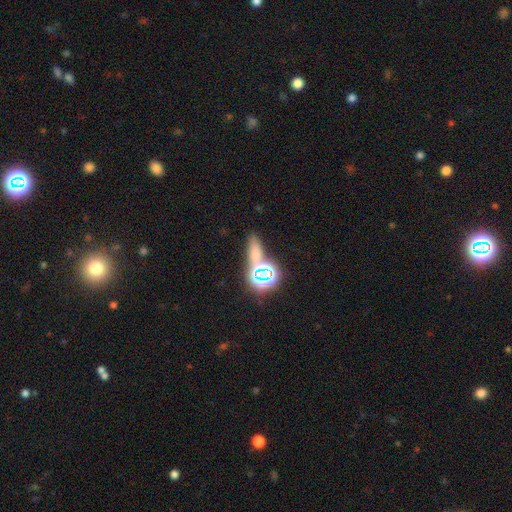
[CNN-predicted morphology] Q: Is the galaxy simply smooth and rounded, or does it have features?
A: smooth — 50%.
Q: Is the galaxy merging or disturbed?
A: none — 65%.